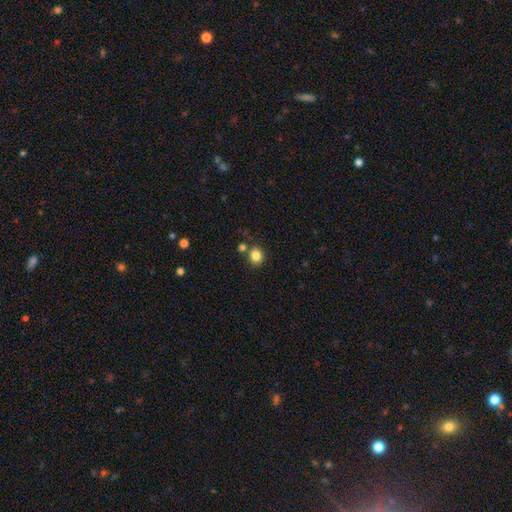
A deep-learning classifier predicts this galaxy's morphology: type=smooth (84%); roundness=round (71%); merging=none (75%).